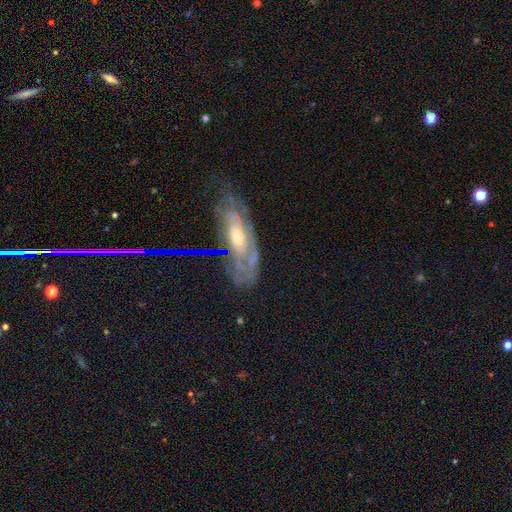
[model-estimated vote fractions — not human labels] Q: Smooth or featured?
A: featured or disk (70%); runner-up: star or artifact (15%)
Q: Edge-on disk?
A: no (72%); runner-up: yes (28%)
Q: Bar?
A: no (52%); runner-up: weak (34%)
Q: Spiral arms?
A: yes (75%); runner-up: no (25%)
Q: Bulge size?
A: moderate (52%); runner-up: small (42%)
Q: Merging?
A: none (69%); runner-up: minor disturbance (19%)